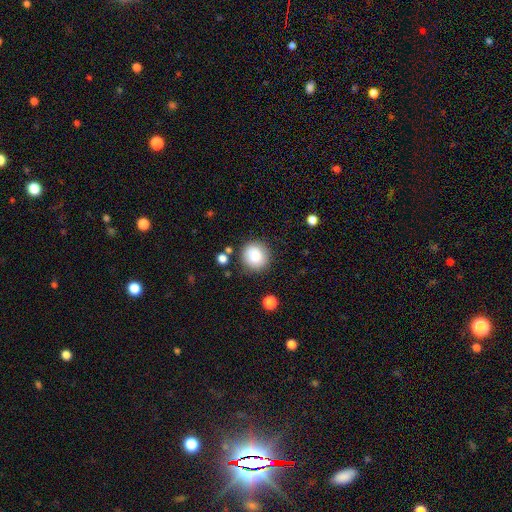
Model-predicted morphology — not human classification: type=smooth (86%); roundness=round (90%); merging=none (83%).